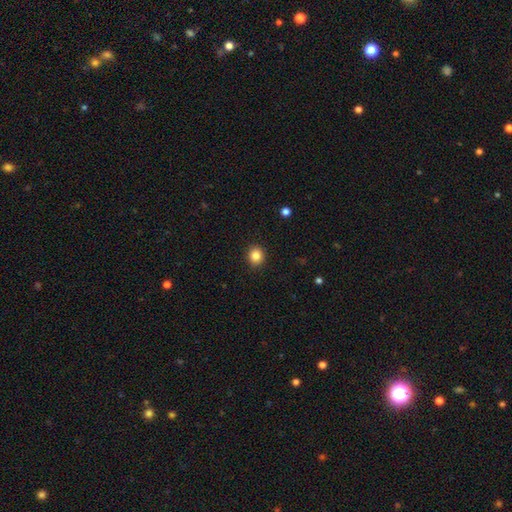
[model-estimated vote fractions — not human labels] Smooth or featured: smooth — 85% (star or artifact — 10%)
How rounded: round — 78% (in between — 21%)
Merging: none — 91% (minor disturbance — 6%)